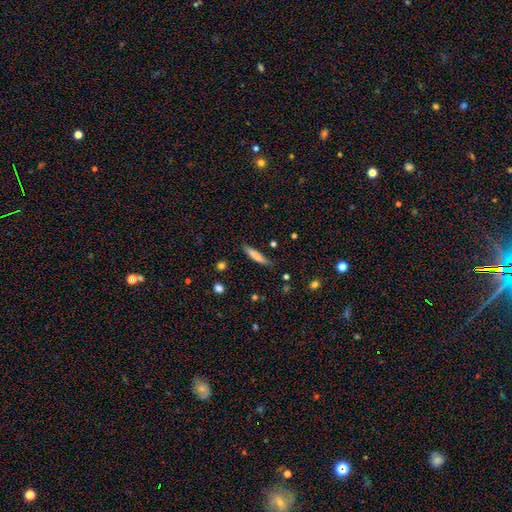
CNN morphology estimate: A smooth galaxy with no disk features (76%) that is cigar-shaped (87%). Merging: none (81%).